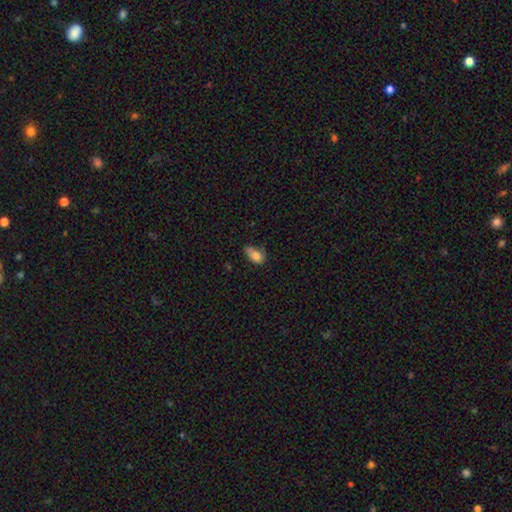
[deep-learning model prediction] Overall: smooth (79%). How rounded: in between (89%). Merging: minor disturbance (42%; none 34%).